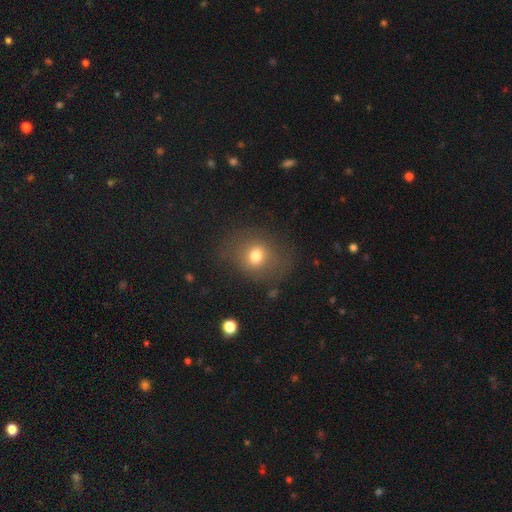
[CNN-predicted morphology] The model was most divided on "how rounded": round: 60%, in between: 38%, cigar-shaped: 1%. More confident: merging — none (76%); smooth or featured — smooth (72%).